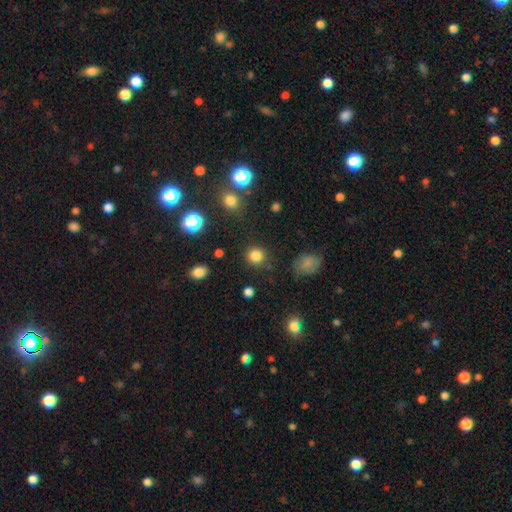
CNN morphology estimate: smooth 83%, star or artifact 13%, featured or disk 4%. Down the decision tree: how rounded — round (91%); merging — none (86%).